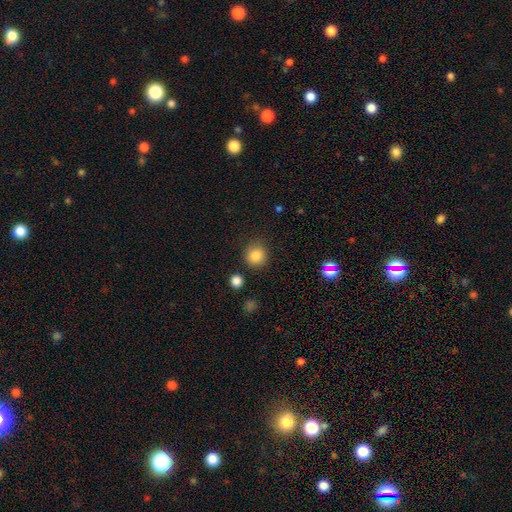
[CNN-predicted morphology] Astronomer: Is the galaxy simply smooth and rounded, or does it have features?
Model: smooth — 85%.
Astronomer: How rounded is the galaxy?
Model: round — 89%.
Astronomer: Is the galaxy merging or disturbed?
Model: none — 84%.